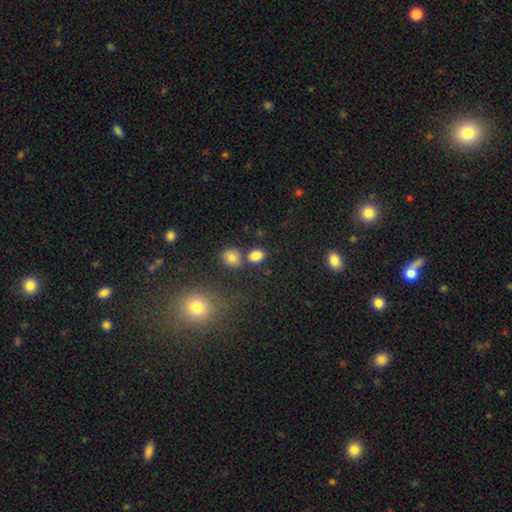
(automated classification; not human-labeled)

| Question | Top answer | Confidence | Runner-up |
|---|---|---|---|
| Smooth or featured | smooth | 82% | star or artifact (12%) |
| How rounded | in between | 70% | round (28%) |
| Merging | none | 70% | merger (17%) |